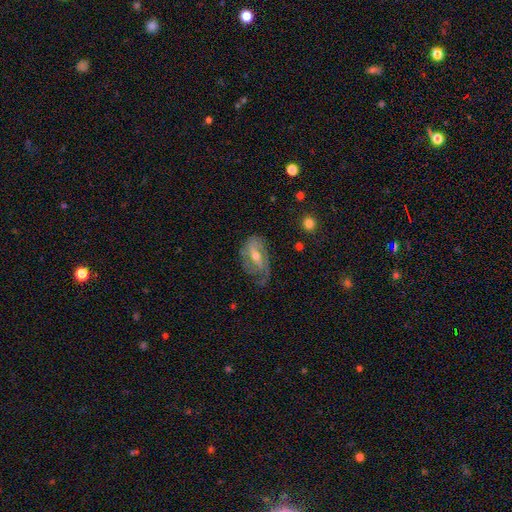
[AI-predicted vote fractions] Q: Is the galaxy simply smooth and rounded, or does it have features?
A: featured or disk — 74%.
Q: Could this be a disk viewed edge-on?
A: no — 93%.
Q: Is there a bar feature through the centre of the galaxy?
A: weak — 46%.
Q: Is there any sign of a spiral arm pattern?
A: yes — 87%.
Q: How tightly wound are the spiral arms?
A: medium — 40%.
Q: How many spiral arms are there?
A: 2 — 44%.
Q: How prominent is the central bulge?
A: moderate — 57%.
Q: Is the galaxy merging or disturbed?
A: none — 54%.